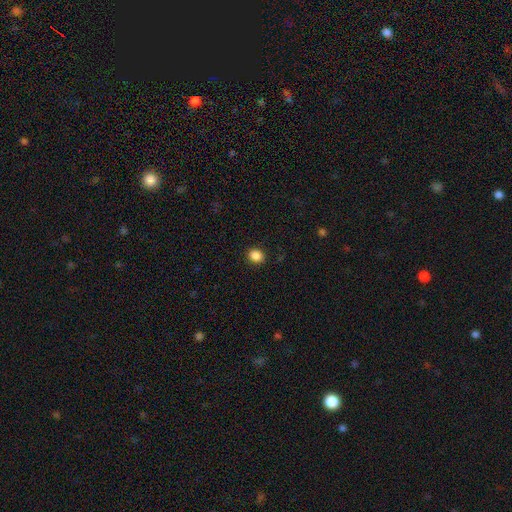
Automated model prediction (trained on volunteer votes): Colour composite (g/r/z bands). It shows a smooth galaxy with no disk features (87%) that is round (61%). Merging: none (90%).